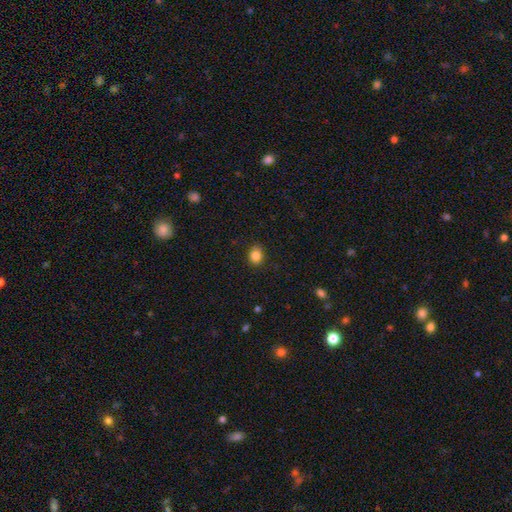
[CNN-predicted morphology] Smooth or featured? smooth (85%)
How rounded? round (62%)
Merging? none (88%)